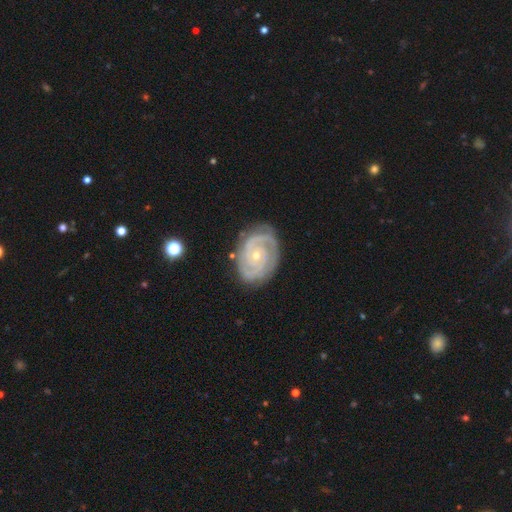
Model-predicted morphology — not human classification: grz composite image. It shows a featured or disk galaxy (90%) with no bar (73%), 2 (59%) tight (75%) spiral arms (98%) and a small central bulge (72%). Merging: none (79%).